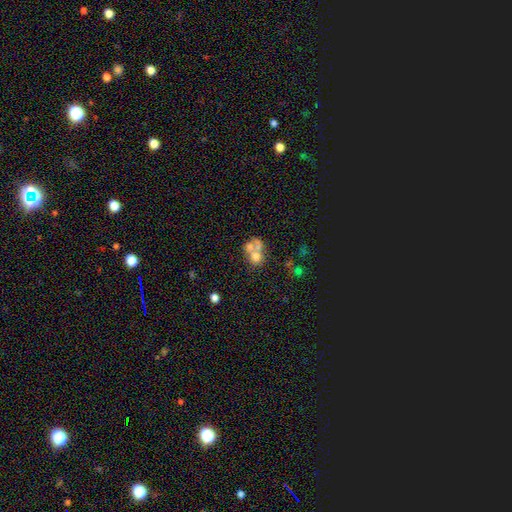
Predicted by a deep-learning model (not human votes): Overall: smooth (50%; featured or disk 32%). How rounded: round (66%; in between 33%). Merging: merger (58%; none 27%).